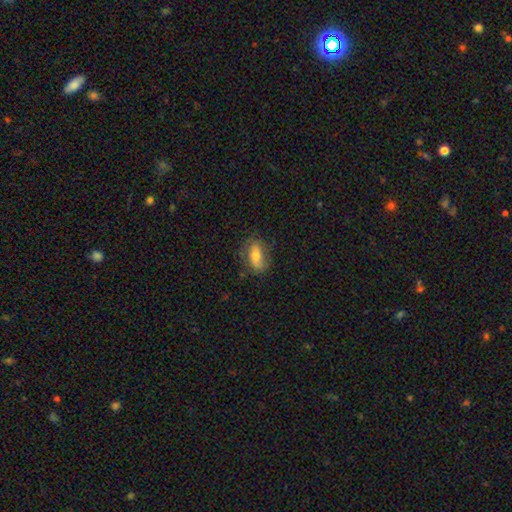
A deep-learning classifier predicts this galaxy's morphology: smooth-or-featured: smooth: 59% | featured or disk: 32% | star or artifact: 8%
  how-rounded: in between: 85% | round: 8% | cigar-shaped: 7%
  merging: none: 68% | minor disturbance: 22% | major disturbance: 9% | merger: 1%